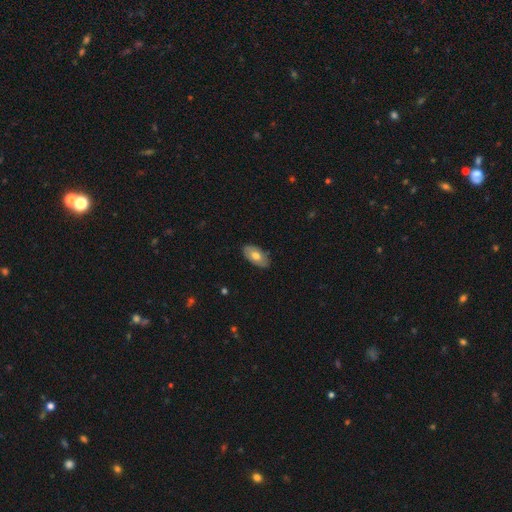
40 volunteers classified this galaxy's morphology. Smooth or featured? 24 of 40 (60%) said smooth. How rounded? 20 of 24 (83%) said in between. Merging? 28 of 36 (78%) said none.